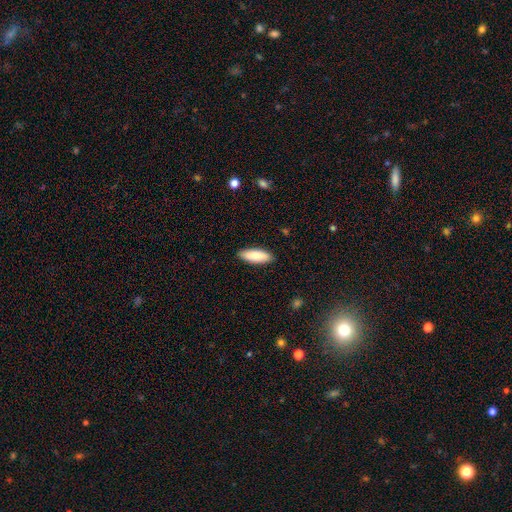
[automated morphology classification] Smooth or featured?
  - smooth: 84% *
  - featured or disk: 11%
  - star or artifact: 6%
How rounded?
  - in between: 62% *
  - cigar-shaped: 36%
  - round: 2%
Merging?
  - none: 89% *
  - minor disturbance: 8%
  - major disturbance: 2%
  - merger: 1%